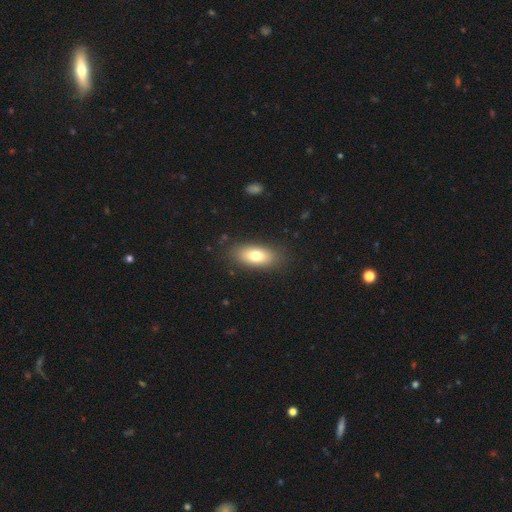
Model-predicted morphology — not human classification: smooth_or_featured: smooth (p=0.75) [alt: featured or disk p=0.17]
how_rounded: in between (p=0.84) [alt: cigar-shaped p=0.11]
merging: none (p=0.86) [alt: minor disturbance p=0.10]